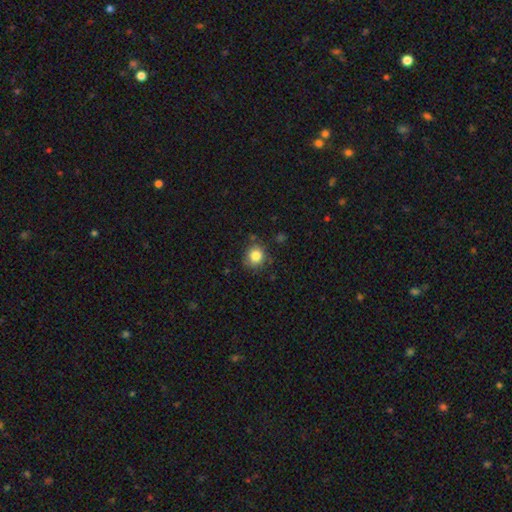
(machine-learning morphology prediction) smooth_or_featured: smooth (p=0.84) [alt: star or artifact p=0.10]
how_rounded: round (p=0.84) [alt: in between p=0.15]
merging: none (p=0.81) [alt: minor disturbance p=0.14]